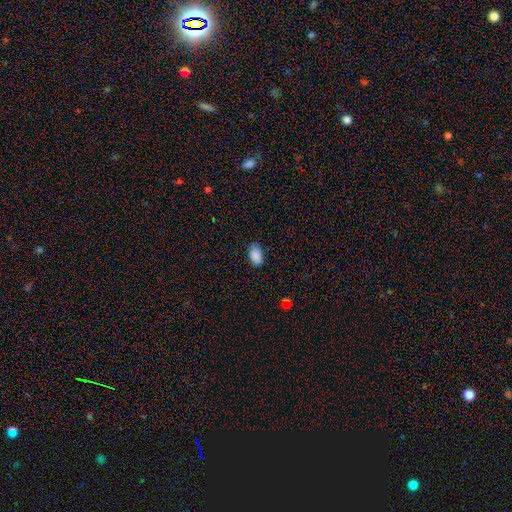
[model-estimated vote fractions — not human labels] smooth 88%, star or artifact 8%, featured or disk 4%. Down the decision tree: how rounded — in between (90%); merging — none (73%).